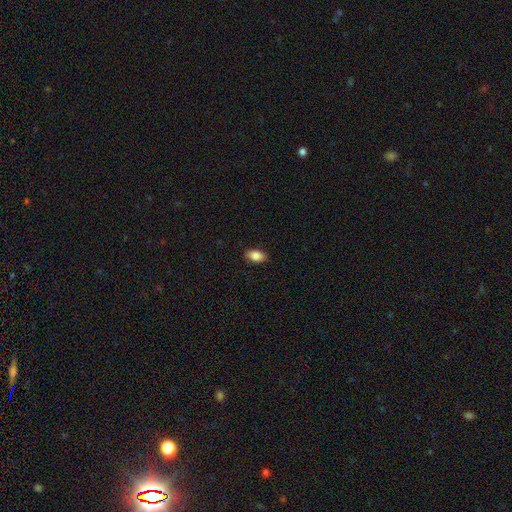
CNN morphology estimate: type=smooth (86%); roundness=in between (91%); merging=none (88%).